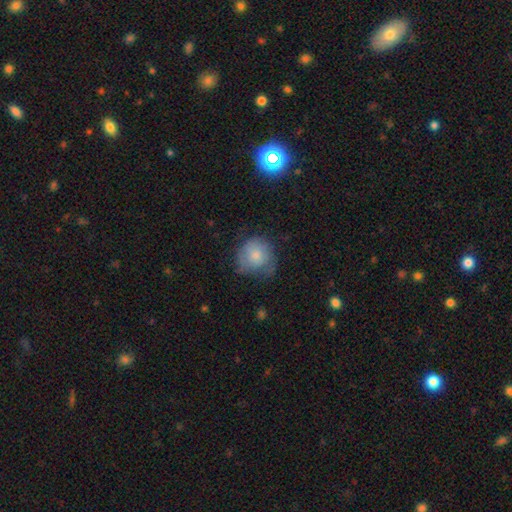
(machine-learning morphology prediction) A smooth galaxy with no disk features (65%) that is round (82%). Merging: none (56%).